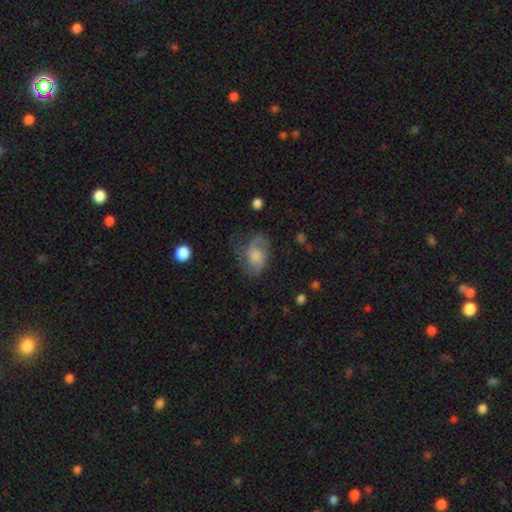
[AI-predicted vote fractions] smooth_or_featured: featured or disk (p=0.59) [alt: smooth p=0.31]
disk_edge_on: no (p=0.97) [alt: yes p=0.03]
bar: no (p=0.69) [alt: weak p=0.28]
has_spiral_arms: yes (p=0.87) [alt: no p=0.13]
bulge_size: moderate (p=0.36) [alt: large p=0.25]
merging: none (p=0.57) [alt: minor disturbance p=0.24]